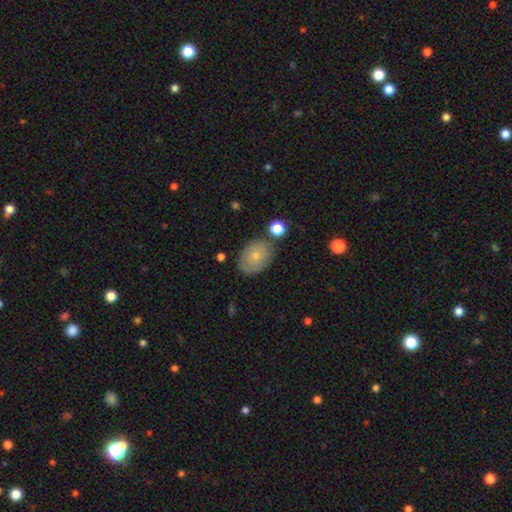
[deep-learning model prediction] Smooth or featured? smooth (71%)
How rounded? in between (76%)
Merging? none (75%)